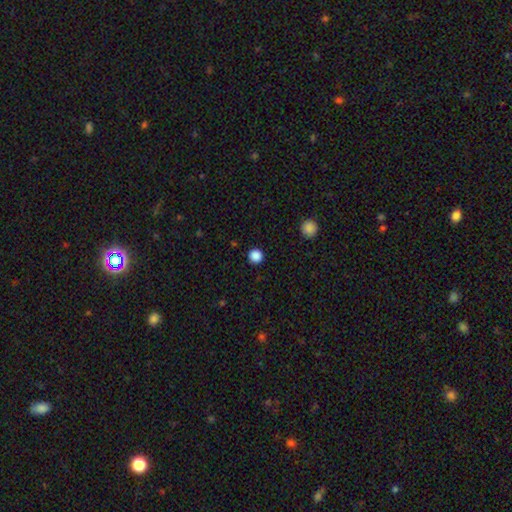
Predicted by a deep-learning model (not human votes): Smooth or featured?
  - smooth: 86% *
  - star or artifact: 11%
  - featured or disk: 2%
How rounded?
  - round: 95% *
  - in between: 4%
  - cigar-shaped: 1%
Merging?
  - none: 93% *
  - minor disturbance: 5%
  - major disturbance: 2%
  - merger: 1%